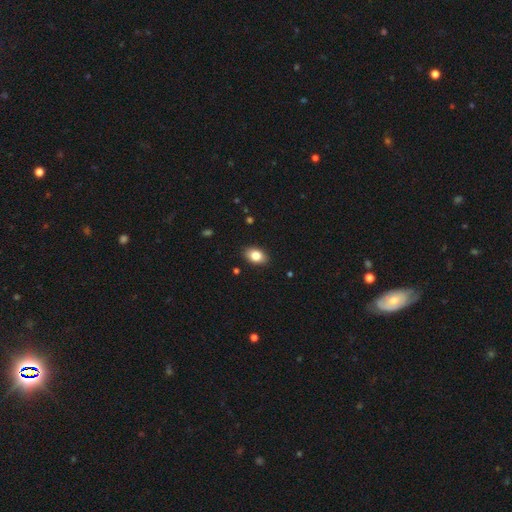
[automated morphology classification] Overall: smooth (83%). How rounded: in between (87%). Merging: none (89%).